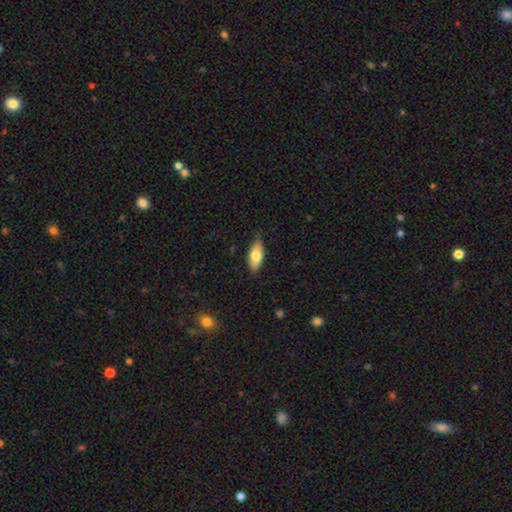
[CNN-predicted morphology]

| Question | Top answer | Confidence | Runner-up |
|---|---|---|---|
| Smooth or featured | smooth | 74% | featured or disk (19%) |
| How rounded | in between | 85% | cigar-shaped (13%) |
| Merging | none | 81% | minor disturbance (16%) |